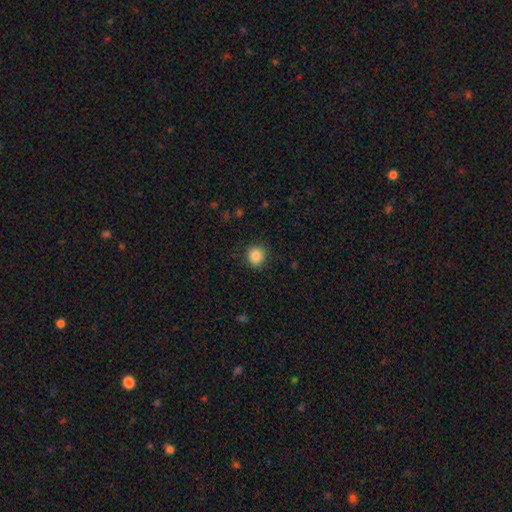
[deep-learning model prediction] Smooth or featured? smooth (86%)
How rounded? round (85%)
Merging? none (89%)